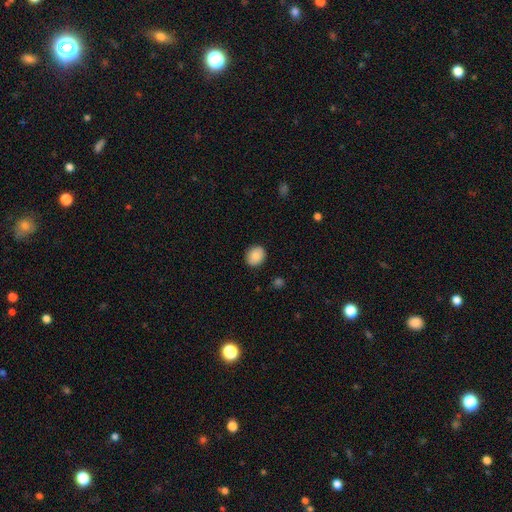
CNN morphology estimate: type=smooth (87%); roundness=round (69%); merging=none (89%).